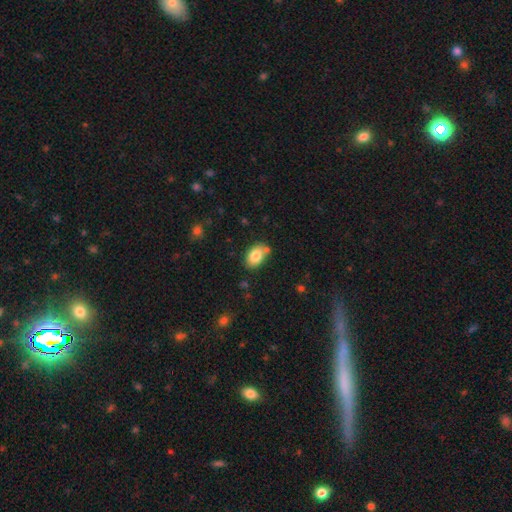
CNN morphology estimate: Smooth or featured: smooth — 82% (featured or disk — 10%)
How rounded: in between — 86% (round — 13%)
Merging: none — 70% (minor disturbance — 17%)